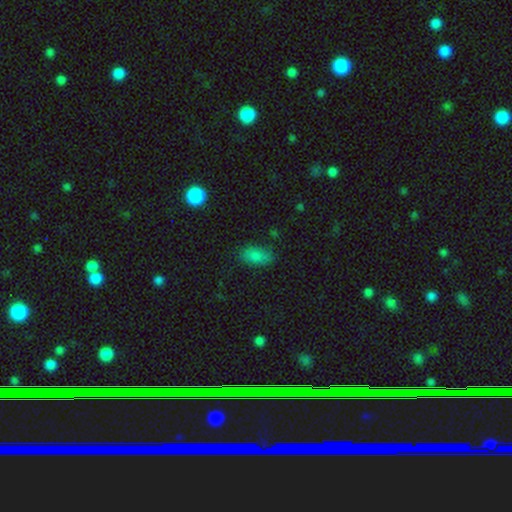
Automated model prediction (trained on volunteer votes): Overall: smooth (82%). How rounded: in between (92%). Merging: none (78%).